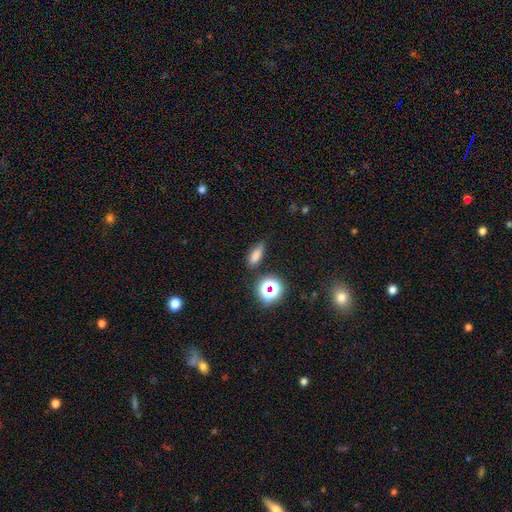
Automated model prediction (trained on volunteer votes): This appears to be a smooth galaxy with no disk features (74%) that is in between round and cigar-shaped (61%). Merging: none (71%).